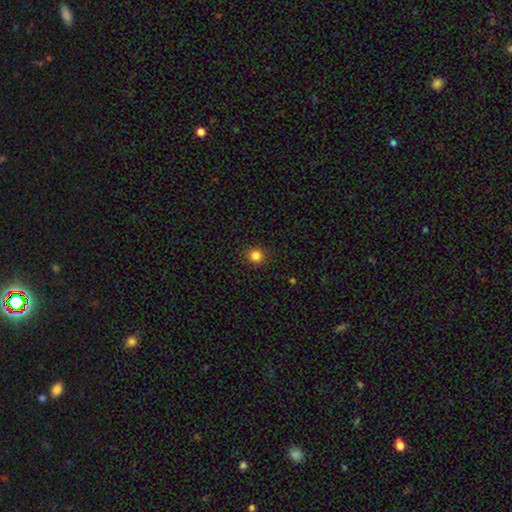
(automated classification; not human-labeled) smooth-or-featured: smooth: 84% | star or artifact: 12% | featured or disk: 3%
  how-rounded: round: 92% | in between: 7% | cigar-shaped: 1%
  merging: none: 91% | minor disturbance: 6% | major disturbance: 2% | merger: 1%